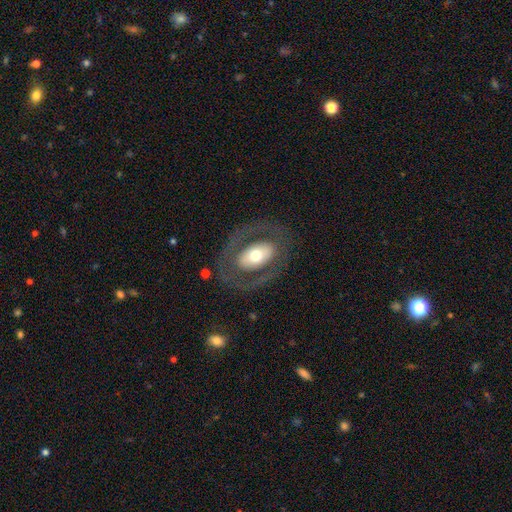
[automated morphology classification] Smooth or featured? featured or disk (53%)
Edge-on disk? no (90%)
Merging? none (74%)